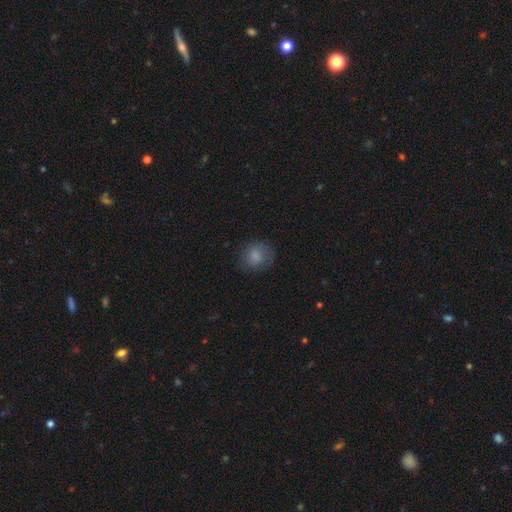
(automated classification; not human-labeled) Smooth or featured? Predicted: smooth (p=0.77). How rounded? Predicted: round (p=0.73). Merging? Predicted: none (p=0.69).